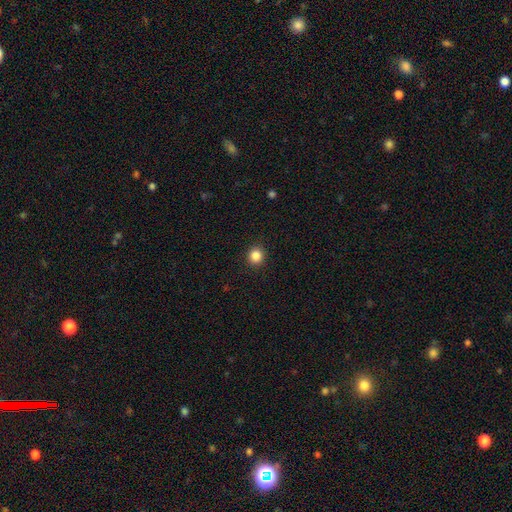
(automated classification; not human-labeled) Smooth or featured: smooth — 86% (star or artifact — 11%)
How rounded: round — 89% (in between — 10%)
Merging: none — 92% (minor disturbance — 6%)